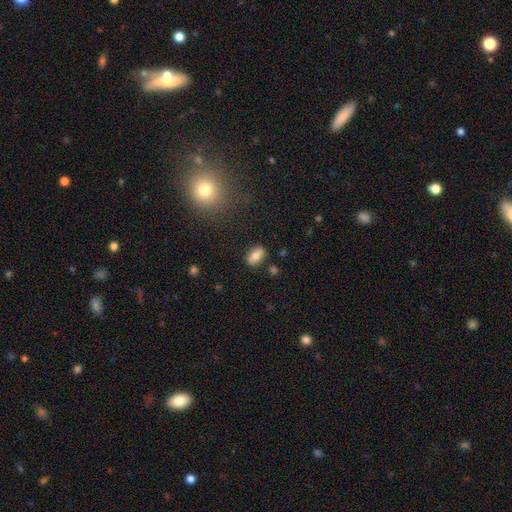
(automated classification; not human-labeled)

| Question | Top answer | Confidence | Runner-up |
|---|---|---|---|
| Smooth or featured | smooth | 71% | featured or disk (20%) |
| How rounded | in between | 86% | round (8%) |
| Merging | none | 83% | minor disturbance (11%) |